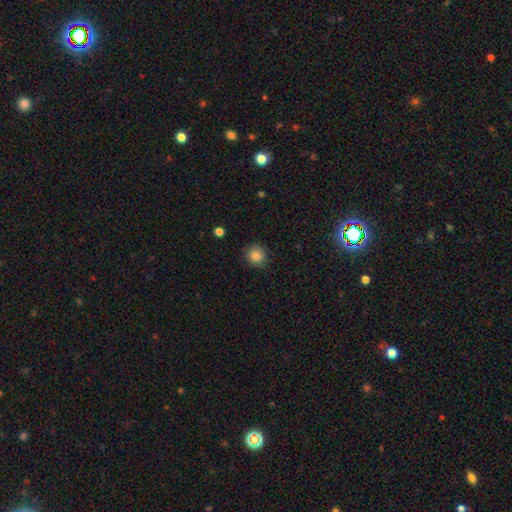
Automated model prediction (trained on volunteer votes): Smooth or featured?
  - smooth: 85% *
  - star or artifact: 10%
  - featured or disk: 5%
How rounded?
  - round: 89% *
  - in between: 10%
  - cigar-shaped: 1%
Merging?
  - none: 86% *
  - minor disturbance: 11%
  - major disturbance: 3%
  - merger: 1%